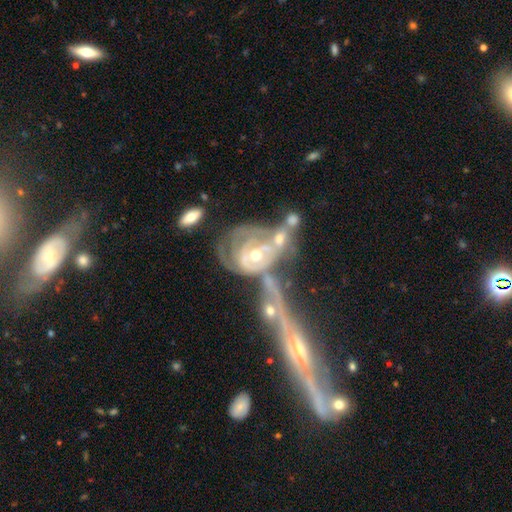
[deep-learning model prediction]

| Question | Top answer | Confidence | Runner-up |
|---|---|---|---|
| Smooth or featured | featured or disk | 78% | smooth (13%) |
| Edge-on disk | no | 94% | yes (6%) |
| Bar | no | 69% | weak (22%) |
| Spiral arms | yes | 70% | no (30%) |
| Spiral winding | tight | 55% | medium (28%) |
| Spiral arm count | can't tell | 52% | 2 (23%) |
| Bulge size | moderate | 65% | small (25%) |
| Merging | merger | 59% | major disturbance (21%) |